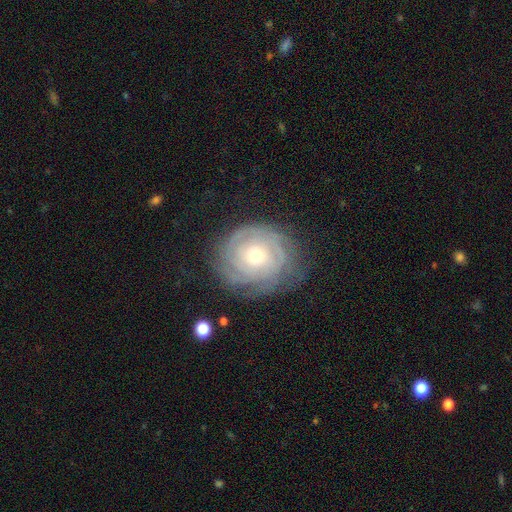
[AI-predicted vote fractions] A featured or disk galaxy (81%) with no bar (81%), tight (81%) spiral arms (93%) and a moderate central bulge (50%).

Vote fractions:
- Smooth or featured? featured or disk: 81% / smooth: 13% / star or artifact: 6%
- Edge-on disk? no: 97% / yes: 3%
- Bar? no: 81% / weak: 16% / strong: 4%
- Spiral arms? yes: 93% / no: 7%
- Spiral winding? tight: 81% / medium: 15% / loose: 4%
- Spiral arm count? can't tell: 42% / 3: 18% / 2: 13% / 4: 13% / more than 4: 7% / 1: 6%
- Bulge size? moderate: 50% / small: 46% / large: 3% / none: 1% / dominant: 1%
- Merging? none: 74% / minor disturbance: 17% / major disturbance: 7% / merger: 1%